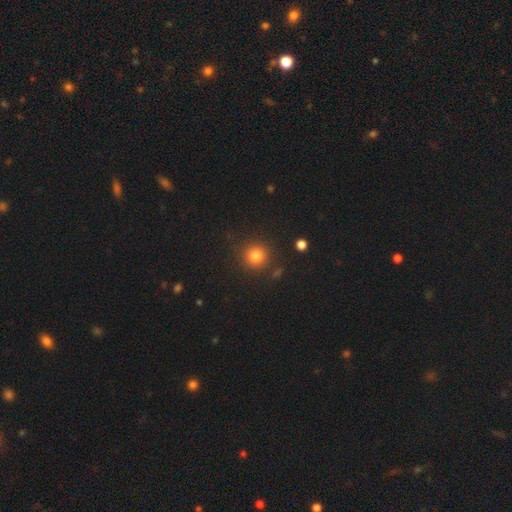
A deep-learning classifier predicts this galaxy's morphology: A smooth galaxy with no disk features (81%) that is round (93%).

Vote fractions:
- Smooth or featured? smooth: 81% / star or artifact: 13% / featured or disk: 6%
- How rounded? round: 93% / in between: 6% / cigar-shaped: 1%
- Merging? none: 87% / minor disturbance: 7% / major disturbance: 3% / merger: 3%